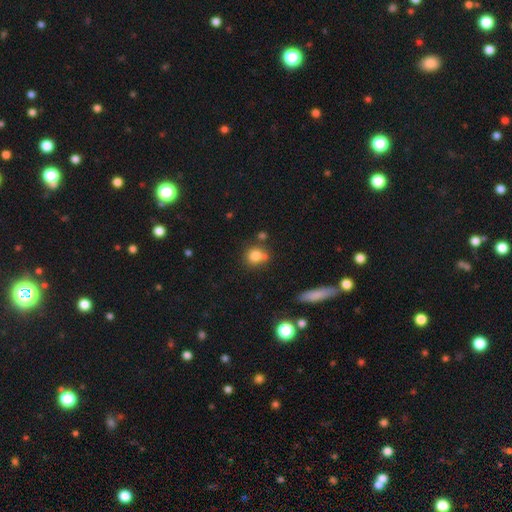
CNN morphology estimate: smooth 80%, star or artifact 11%, featured or disk 9%. Down the decision tree: how rounded — round (84%); merging — none (60%).